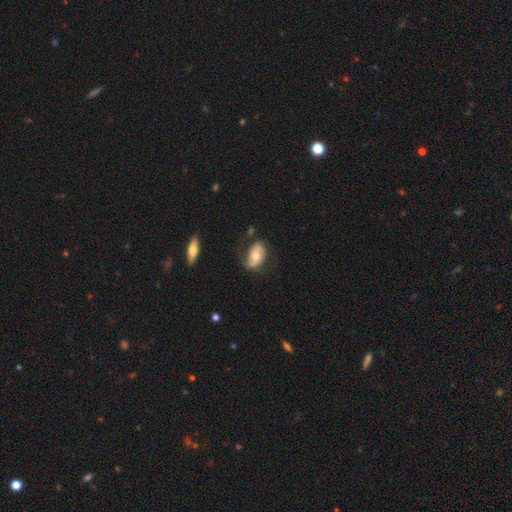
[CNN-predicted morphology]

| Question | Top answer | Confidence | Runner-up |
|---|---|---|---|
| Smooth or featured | smooth | 48% | featured or disk (46%) |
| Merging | none | 62% | minor disturbance (26%) |